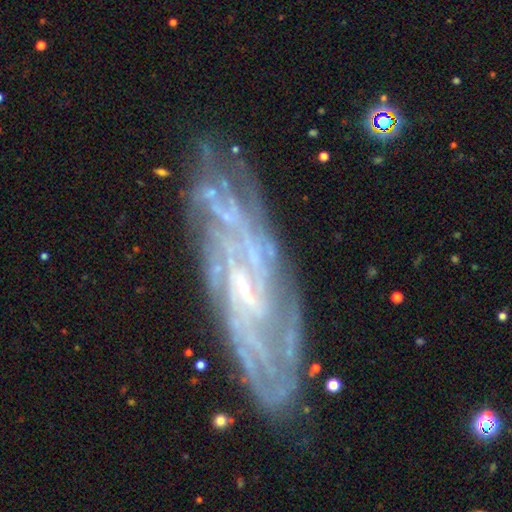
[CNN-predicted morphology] Smooth or featured? Predicted: featured or disk (p=0.85). Edge-on disk? Predicted: no (p=0.89). Bar? Predicted: weak (p=0.44). Spiral arms? Predicted: yes (p=0.92). Spiral winding? Predicted: tight (p=0.49). Spiral arm count? Predicted: can't tell (p=0.37). Bulge size? Predicted: small (p=0.72). Merging? Predicted: none (p=0.65).